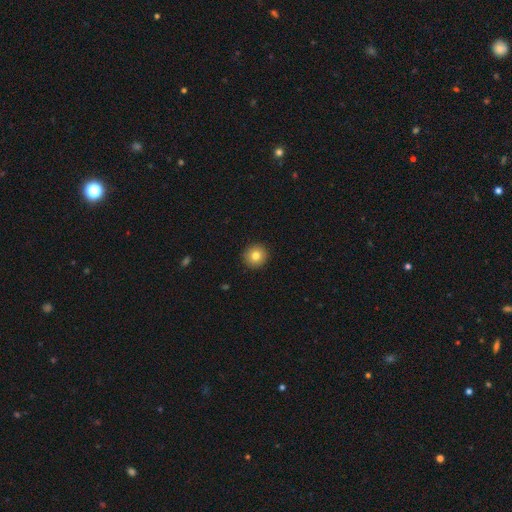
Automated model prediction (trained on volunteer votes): Smooth or featured: smooth — 81% (star or artifact — 10%)
How rounded: round — 94% (in between — 5%)
Merging: none — 93% (minor disturbance — 5%)